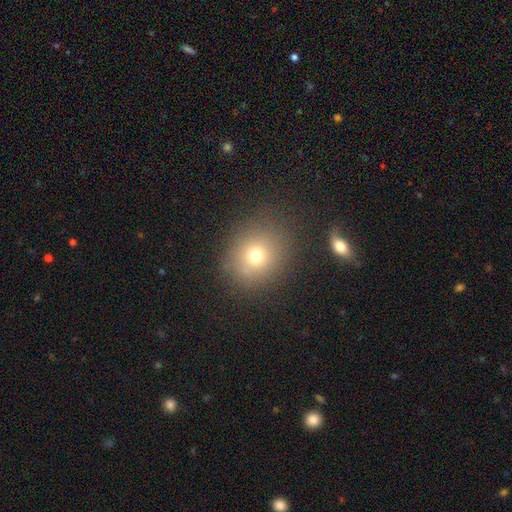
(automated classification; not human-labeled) This appears to be a smooth galaxy with no disk features (71%) that is round (70%). Merging: none (78%).